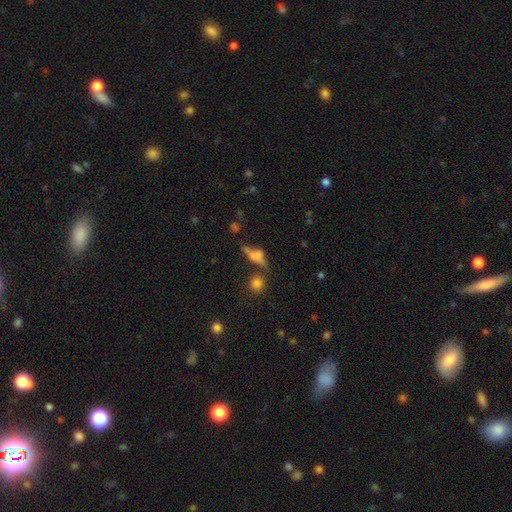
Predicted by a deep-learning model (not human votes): Overall: smooth (42%; featured or disk 41%). Merging: none (51%; merger 18%).